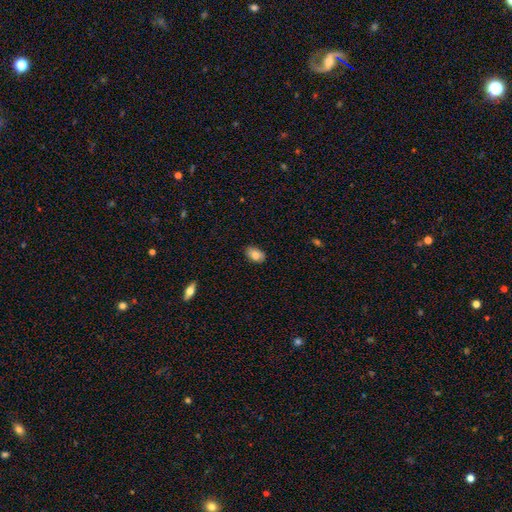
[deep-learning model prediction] Smooth or featured?
  - smooth: 77% *
  - featured or disk: 15%
  - star or artifact: 8%
How rounded?
  - in between: 89% *
  - round: 9%
  - cigar-shaped: 2%
Merging?
  - none: 83% *
  - minor disturbance: 14%
  - major disturbance: 2%
  - merger: 1%